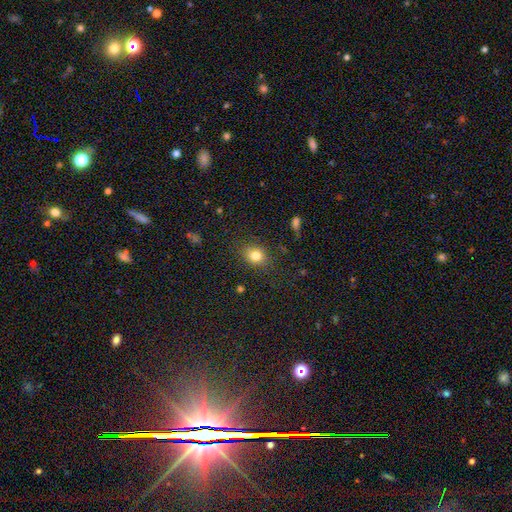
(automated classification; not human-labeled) Q: Smooth or featured?
A: smooth (80%); runner-up: star or artifact (12%)
Q: How rounded?
A: round (59%); runner-up: in between (39%)
Q: Merging?
A: none (84%); runner-up: minor disturbance (11%)